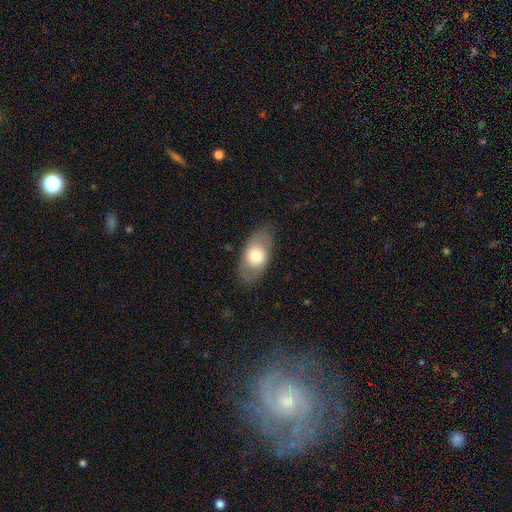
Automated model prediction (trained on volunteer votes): The model was most divided on "smooth or featured": smooth: 64%, featured or disk: 30%, star or artifact: 6%. More confident: how rounded — in between (89%); merging — none (79%).